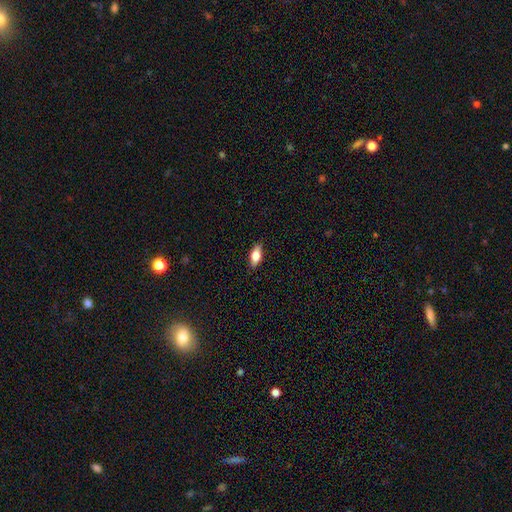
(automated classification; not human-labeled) A smooth galaxy with no disk features (68%) that is in between round and cigar-shaped (81%). Merging: none (86%).